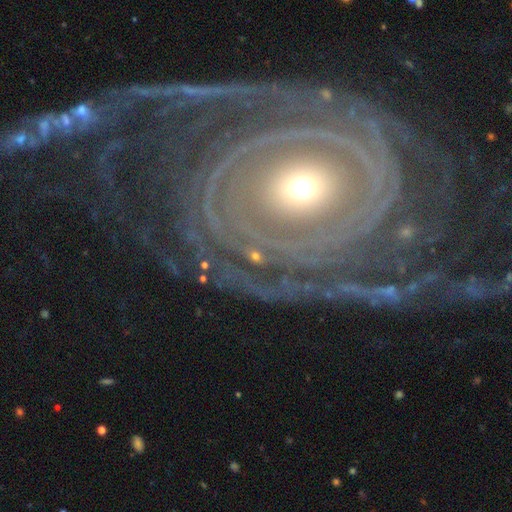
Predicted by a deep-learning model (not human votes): A featured or disk galaxy (74%) with no bar (68%), tight (71%) spiral arms (84%) and a moderate central bulge (45%).

Vote fractions:
- Smooth or featured? featured or disk: 74% / star or artifact: 14% / smooth: 11%
- Edge-on disk? no: 95% / yes: 5%
- Bar? no: 68% / weak: 17% / strong: 15%
- Spiral arms? yes: 84% / no: 16%
- Spiral winding? tight: 71% / medium: 21% / loose: 8%
- Spiral arm count? can't tell: 33% / 2: 20% / 3: 15% / more than 4: 12% / 4: 11% / 1: 10%
- Bulge size? moderate: 45% / small: 44% / large: 7% / dominant: 3% / none: 2%
- Merging? none: 71% / minor disturbance: 13% / major disturbance: 12% / merger: 3%